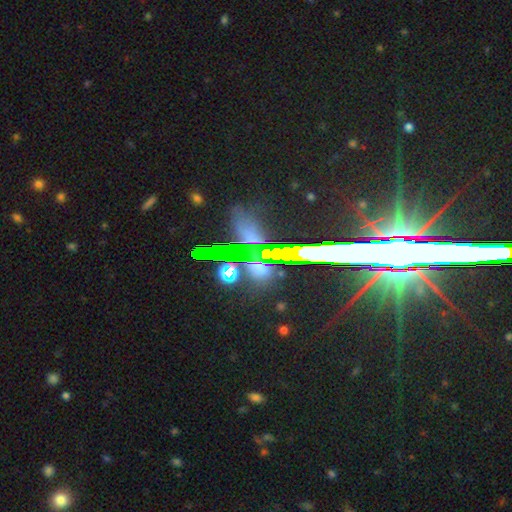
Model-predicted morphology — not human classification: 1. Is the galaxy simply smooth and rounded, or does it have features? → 56% star or artifact, 25% smooth, 19% featured or disk.